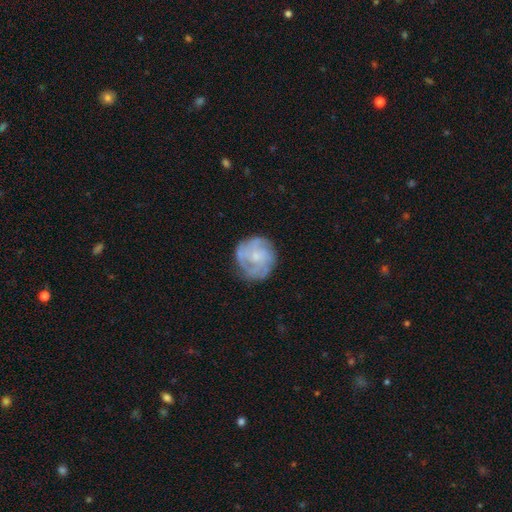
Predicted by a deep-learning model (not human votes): Smooth or featured? Predicted: featured or disk (p=0.68). Edge-on disk? Predicted: no (p=0.98). Bar? Predicted: no (p=0.76). Spiral arms? Predicted: yes (p=0.87). Spiral winding? Predicted: tight (p=0.59). Spiral arm count? Predicted: can't tell (p=0.37). Bulge size? Predicted: small (p=0.58). Merging? Predicted: none (p=0.77).